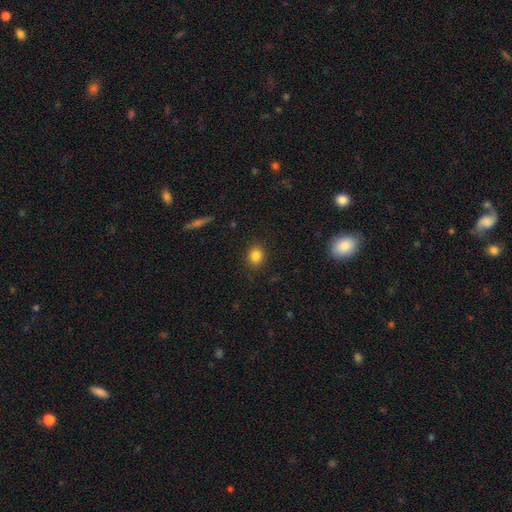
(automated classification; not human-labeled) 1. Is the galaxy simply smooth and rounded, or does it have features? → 84% smooth, 11% star or artifact, 5% featured or disk.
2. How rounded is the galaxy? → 72% round, 26% in between, 1% cigar-shaped.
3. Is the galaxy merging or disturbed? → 89% none, 8% minor disturbance, 2% major disturbance, 1% merger.